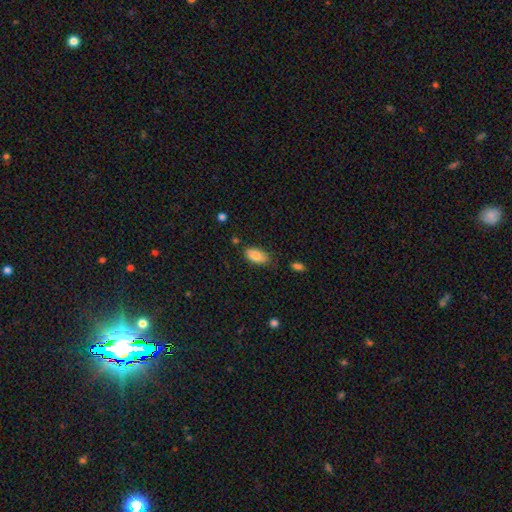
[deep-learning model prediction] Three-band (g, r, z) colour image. It shows a smooth galaxy with no disk features (83%) that is in between round and cigar-shaped (92%). Merging: none (77%).